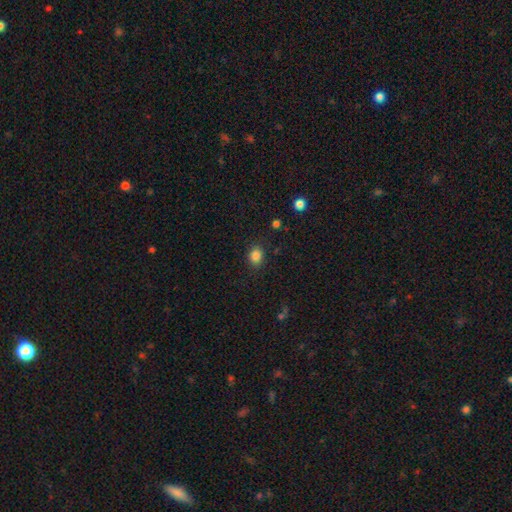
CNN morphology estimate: smooth_or_featured: smooth (p=0.85) [alt: star or artifact p=0.11]
how_rounded: round (p=0.51) [alt: in between p=0.48]
merging: none (p=0.85) [alt: minor disturbance p=0.10]